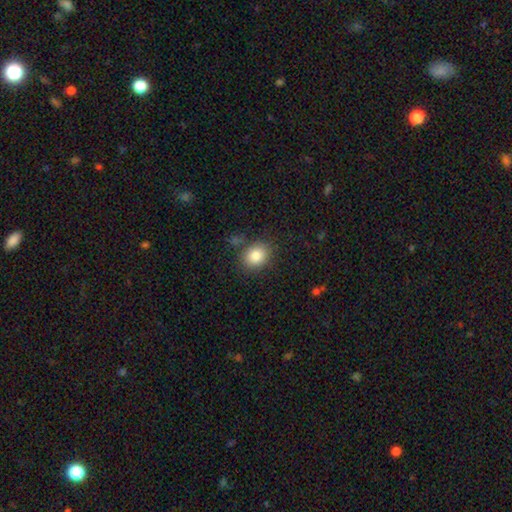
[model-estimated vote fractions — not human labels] This is clearly a smooth galaxy (85%). How rounded: possibly round (53%). Merging: clearly none (81%).